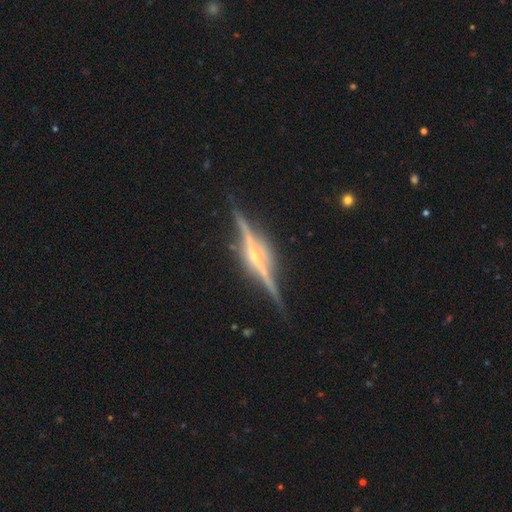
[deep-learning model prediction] Smooth or featured? featured or disk (88%)
Edge-on disk? yes (97%)
Edge-on bulge? rounded (77%)
Merging? none (85%)